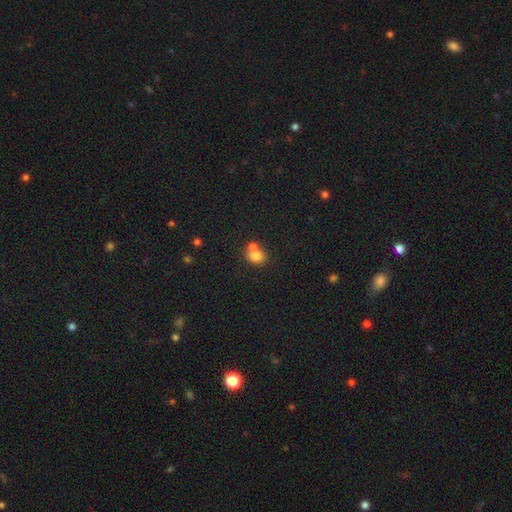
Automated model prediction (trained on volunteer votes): A smooth galaxy with no disk features (78%) that is round (64%). Merging: none (44%, tied with merger).